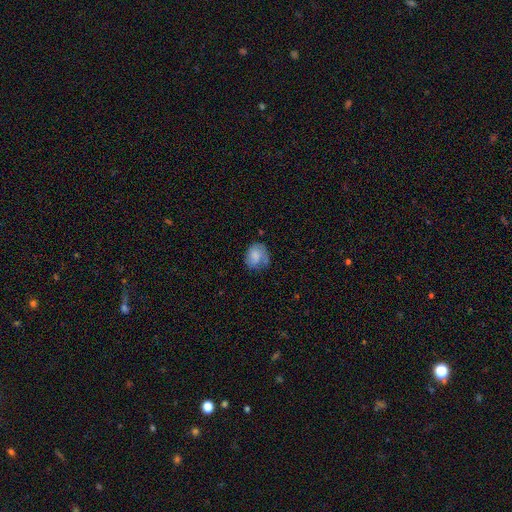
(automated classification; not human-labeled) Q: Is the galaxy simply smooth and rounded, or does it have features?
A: smooth — 63%.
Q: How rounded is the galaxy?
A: round — 56%.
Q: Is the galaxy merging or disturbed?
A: none — 52%.